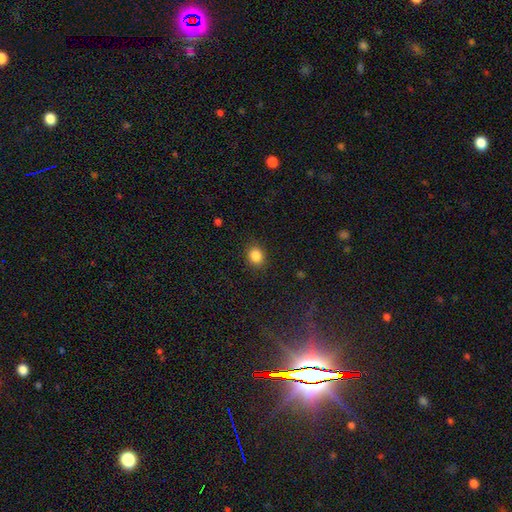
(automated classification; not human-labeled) A smooth galaxy with no disk features (86%) that is round (67%).

Vote fractions:
- Smooth or featured? smooth: 86% / star or artifact: 10% / featured or disk: 4%
- How rounded? round: 67% / in between: 32% / cigar-shaped: 1%
- Merging? none: 88% / minor disturbance: 8% / major disturbance: 3% / merger: 1%